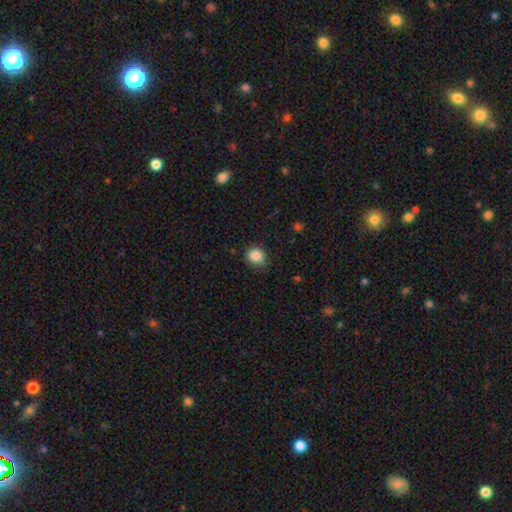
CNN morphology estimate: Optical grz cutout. It shows a smooth galaxy with no disk features (87%) that is round (81%). Merging: none (80%).